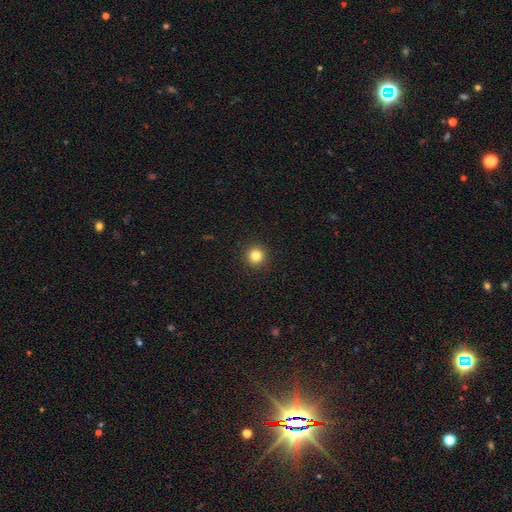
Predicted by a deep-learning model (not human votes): Smooth or featured: smooth — 84% (star or artifact — 11%)
How rounded: round — 95% (in between — 4%)
Merging: none — 93% (minor disturbance — 4%)